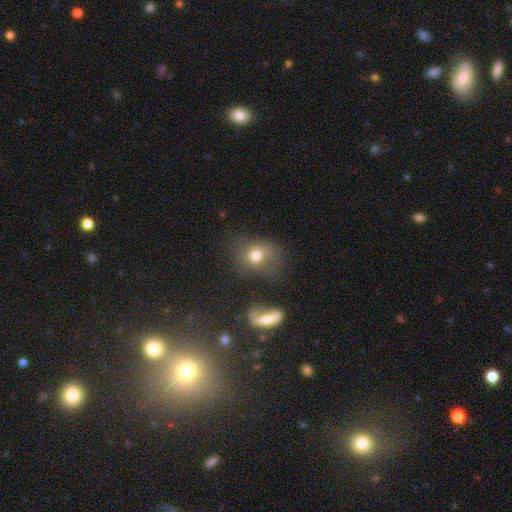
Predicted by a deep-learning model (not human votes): smooth-or-featured: smooth: 71% | featured or disk: 16% | star or artifact: 13%
  how-rounded: round: 57% | in between: 41% | cigar-shaped: 2%
  merging: none: 47% | minor disturbance: 20% | major disturbance: 19% | merger: 14%